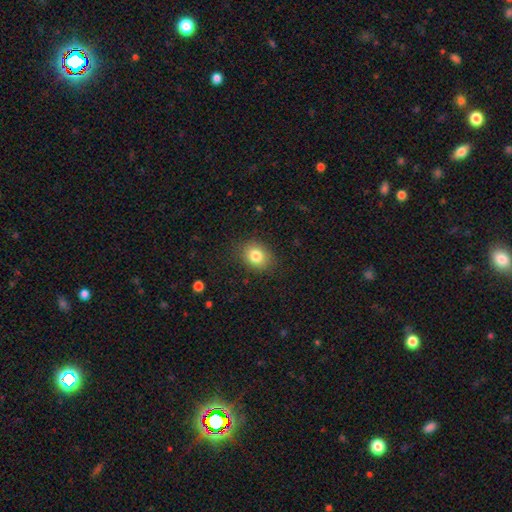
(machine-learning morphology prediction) A smooth galaxy with no disk features (82%) that is round (53%).

Vote fractions:
- Smooth or featured? smooth: 82% / star or artifact: 10% / featured or disk: 8%
- How rounded? round: 53% / in between: 46% / cigar-shaped: 1%
- Merging? none: 85% / minor disturbance: 11% / major disturbance: 3% / merger: 1%